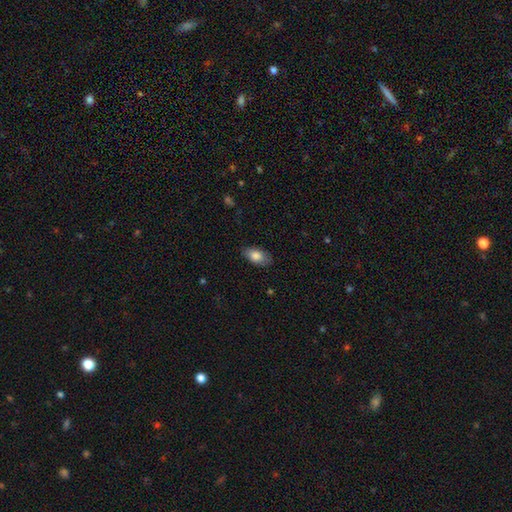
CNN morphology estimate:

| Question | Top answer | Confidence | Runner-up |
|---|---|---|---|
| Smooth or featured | smooth | 83% | featured or disk (11%) |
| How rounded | in between | 92% | round (5%) |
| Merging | none | 80% | minor disturbance (16%) |